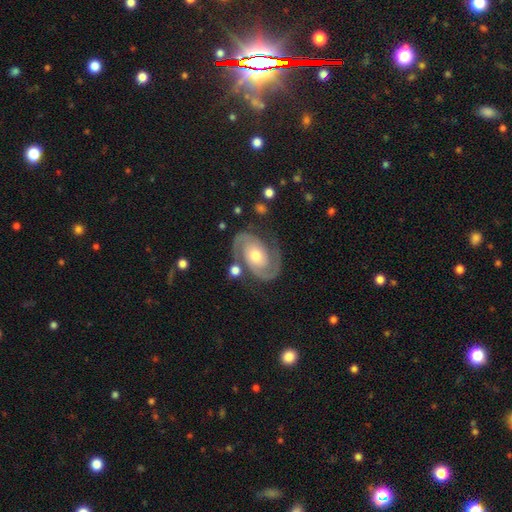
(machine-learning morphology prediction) type=featured or disk (92%); edge-on=no (98%); bar=no (70%); spiral arms=yes (98%); winding=tight (56%); arm count=2 (94%); bulge=moderate (73%); merging=none (80%).